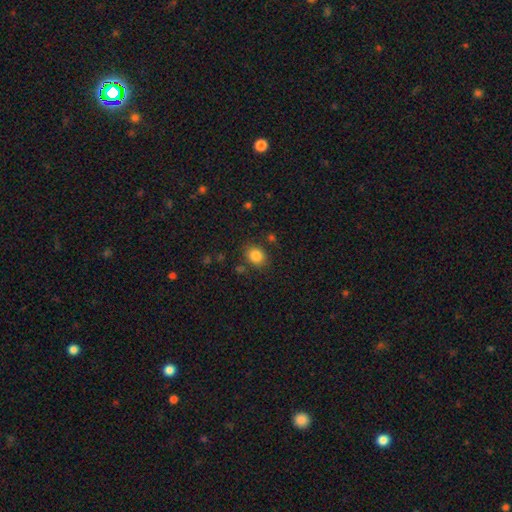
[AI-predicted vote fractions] This is clearly a smooth galaxy (84%). How rounded: possibly round (56%). Merging: likely none (80%).